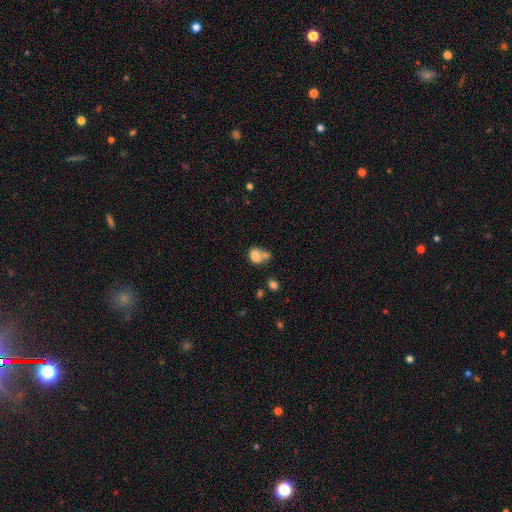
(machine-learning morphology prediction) Smooth or featured? Predicted: smooth (p=0.77). How rounded? Predicted: in between (p=0.57). Merging? Predicted: merger (p=0.54).